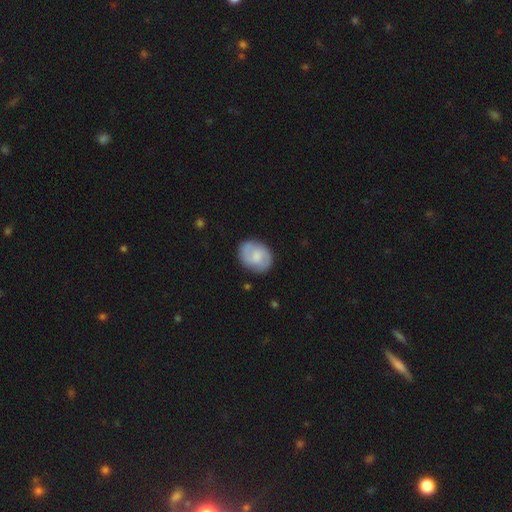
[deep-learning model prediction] The model was most divided on "smooth or featured": featured or disk: 49%, smooth: 44%, star or artifact: 7%. More confident: merging — none (79%).